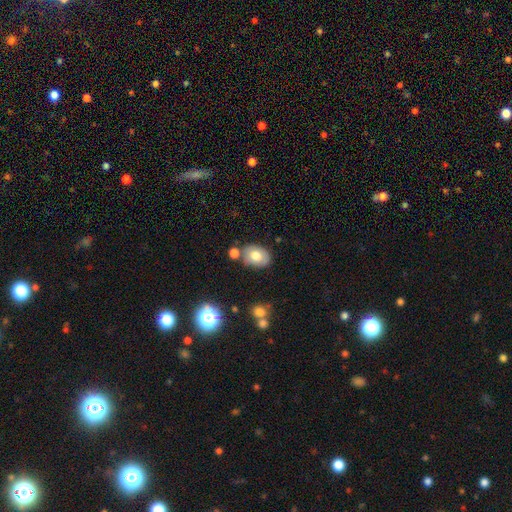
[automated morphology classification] smooth_or_featured: smooth (p=0.72) [alt: featured or disk p=0.20]
how_rounded: in between (p=0.74) [alt: round p=0.25]
merging: none (p=0.68) [alt: minor disturbance p=0.16]